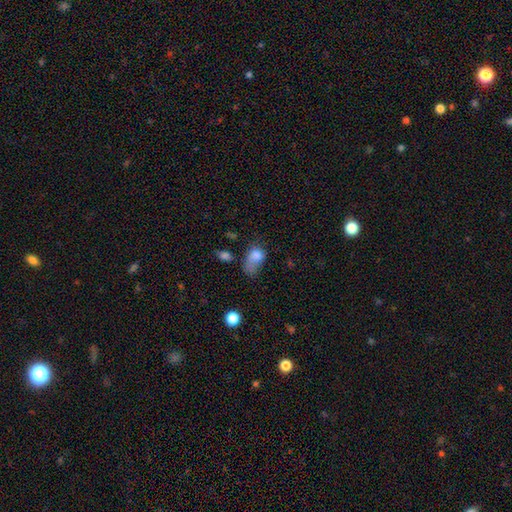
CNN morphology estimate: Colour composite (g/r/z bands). It shows a smooth galaxy with no disk features (76%) that is in between round and cigar-shaped (76%). Merging: major disturbance (44%).